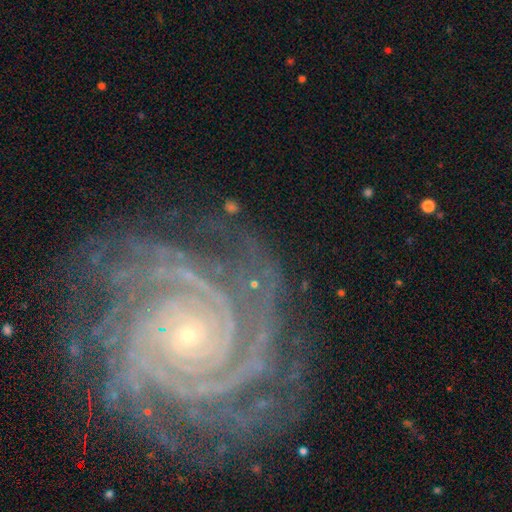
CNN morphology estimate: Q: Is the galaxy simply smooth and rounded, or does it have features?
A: featured or disk — 91%.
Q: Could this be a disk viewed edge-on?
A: no — 98%.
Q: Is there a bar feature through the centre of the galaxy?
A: no — 75%.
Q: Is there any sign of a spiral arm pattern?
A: yes — 99%.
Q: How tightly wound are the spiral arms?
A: tight — 84%.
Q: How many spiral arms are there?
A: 4 — 22%.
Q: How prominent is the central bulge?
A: small — 87%.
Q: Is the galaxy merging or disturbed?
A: none — 75%.